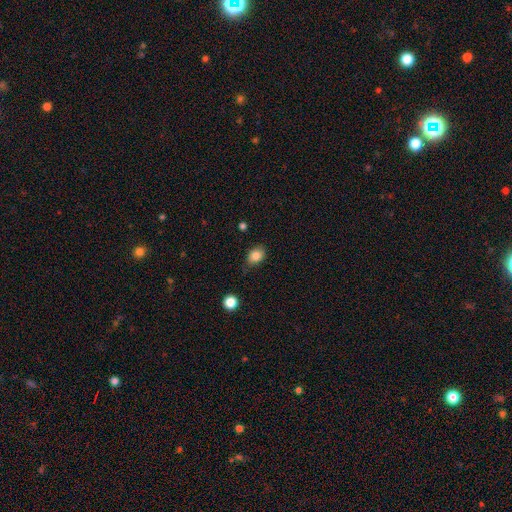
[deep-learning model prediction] Morphology: type=smooth (84%); roundness=in between (66%); merging=none (73%).